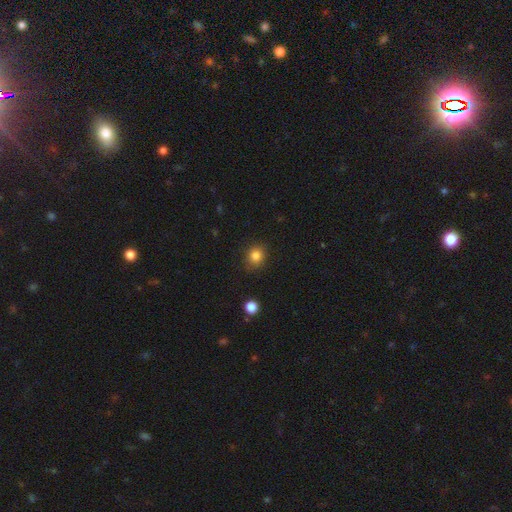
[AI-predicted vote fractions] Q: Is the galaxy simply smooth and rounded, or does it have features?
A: smooth — 84%.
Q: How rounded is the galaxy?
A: round — 82%.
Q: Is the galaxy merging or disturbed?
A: none — 87%.